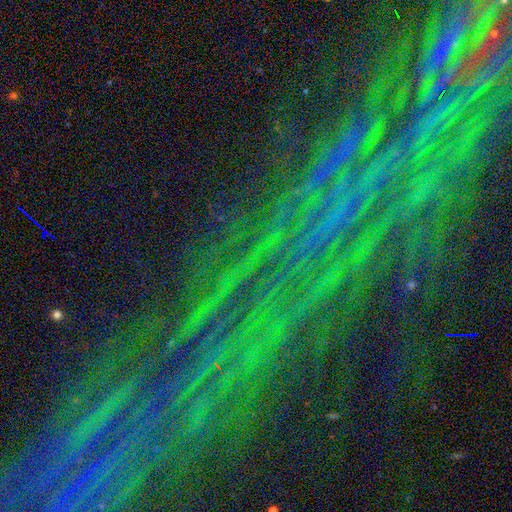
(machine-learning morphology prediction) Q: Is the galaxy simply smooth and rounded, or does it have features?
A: star or artifact — 83%.